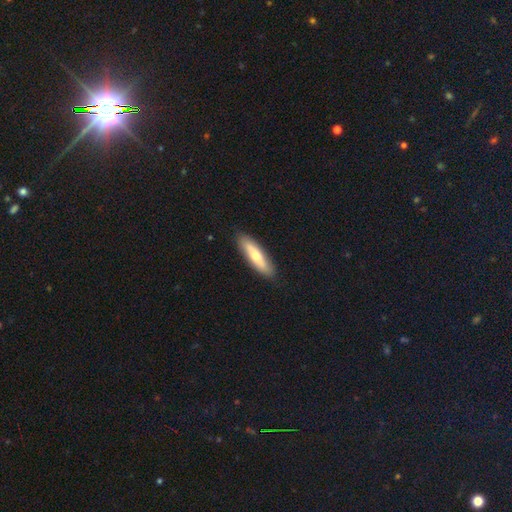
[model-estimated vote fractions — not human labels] smooth-or-featured: smooth: 60% | featured or disk: 35% | star or artifact: 5%
  how-rounded: cigar-shaped: 61% | in between: 37% | round: 2%
  merging: none: 88% | minor disturbance: 9% | major disturbance: 2% | merger: 1%